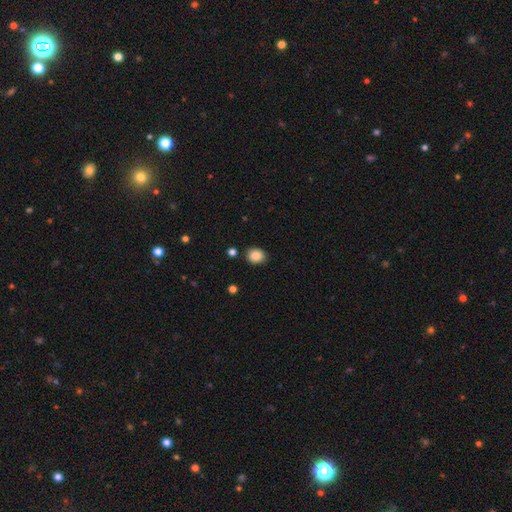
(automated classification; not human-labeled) A smooth galaxy with no disk features (87%) that is round (57%).

Vote fractions:
- Smooth or featured? smooth: 87% / star or artifact: 9% / featured or disk: 4%
- How rounded? round: 57% / in between: 42% / cigar-shaped: 1%
- Merging? none: 83% / minor disturbance: 11% / merger: 3% / major disturbance: 3%